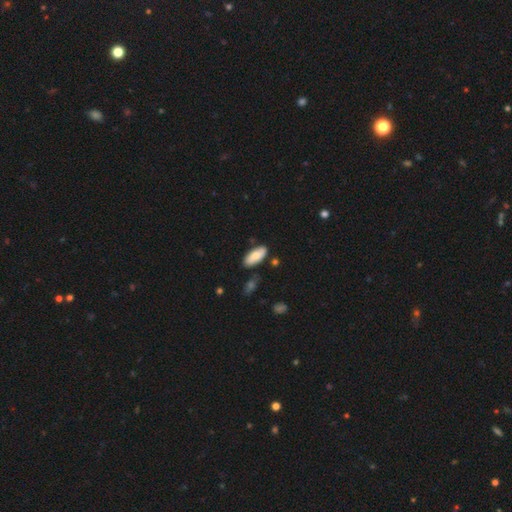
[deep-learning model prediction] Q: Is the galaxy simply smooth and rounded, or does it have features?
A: smooth — 77%.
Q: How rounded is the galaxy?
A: in between — 85%.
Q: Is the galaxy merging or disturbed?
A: none — 80%.